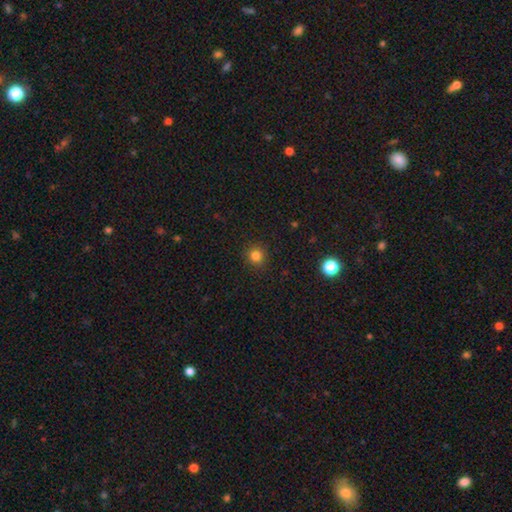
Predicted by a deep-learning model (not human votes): Smooth or featured?
  - smooth: 82% *
  - star or artifact: 13%
  - featured or disk: 4%
How rounded?
  - round: 92% *
  - in between: 7%
  - cigar-shaped: 1%
Merging?
  - none: 91% *
  - minor disturbance: 6%
  - major disturbance: 2%
  - merger: 1%